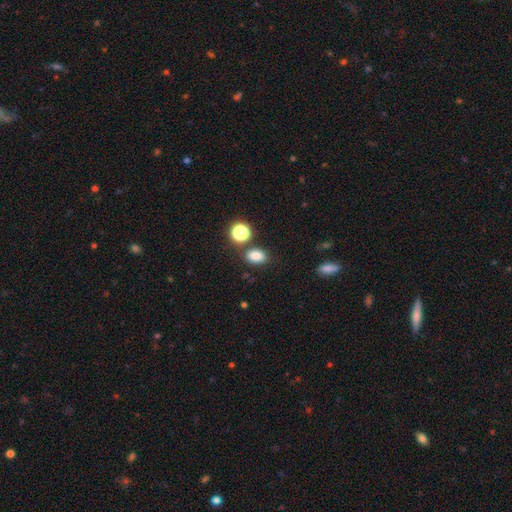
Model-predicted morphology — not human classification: smooth 81%, star or artifact 13%, featured or disk 6%. Down the decision tree: how rounded — in between (75%); merging — none (78%).